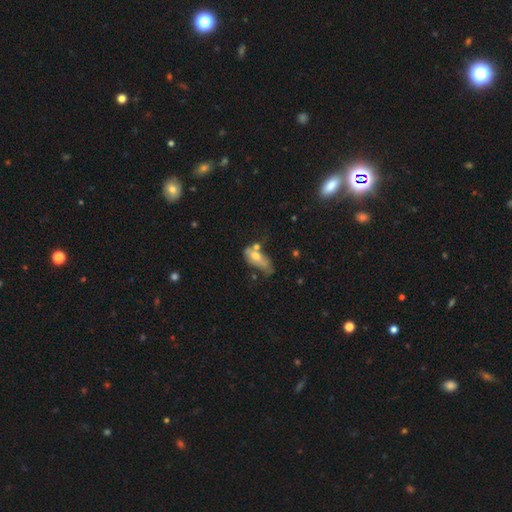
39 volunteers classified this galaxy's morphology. Smooth or featured? smooth (46%)
How rounded? in between (83%)
Merging? major disturbance (40%)